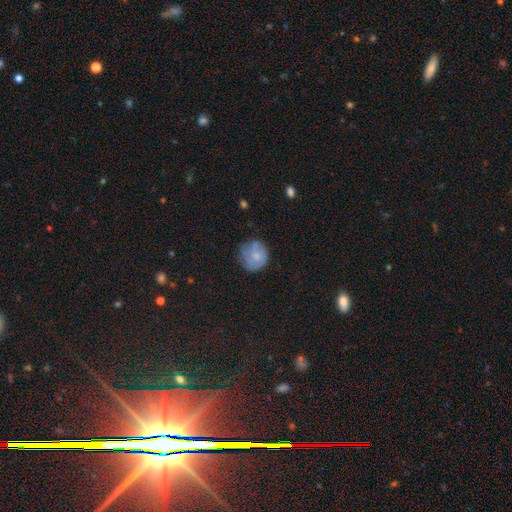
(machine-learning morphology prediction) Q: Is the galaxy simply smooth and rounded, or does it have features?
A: smooth — 57%.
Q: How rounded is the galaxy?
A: round — 85%.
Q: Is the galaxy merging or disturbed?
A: none — 64%.